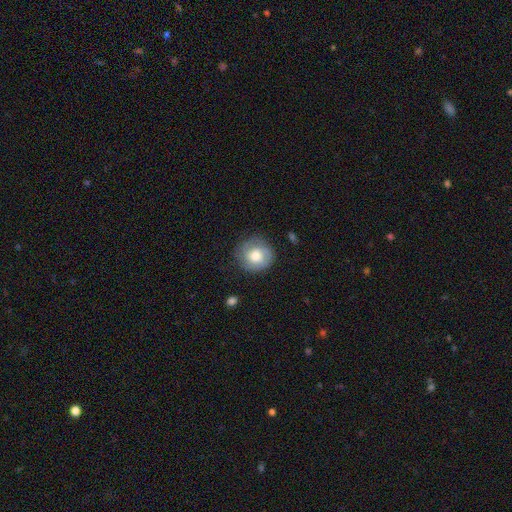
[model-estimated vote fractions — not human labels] Morphology: type=featured or disk (52%); edge-on=no (97%); bar=no (75%); spiral arms=yes (82%); bulge=moderate (56%); merging=none (79%).